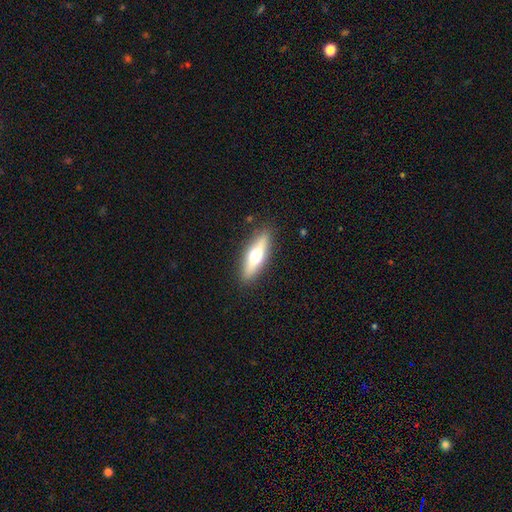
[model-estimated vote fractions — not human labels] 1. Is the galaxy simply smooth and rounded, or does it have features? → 48% smooth, 45% featured or disk, 7% star or artifact.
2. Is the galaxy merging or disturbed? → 89% none, 8% minor disturbance, 2% major disturbance, 1% merger.